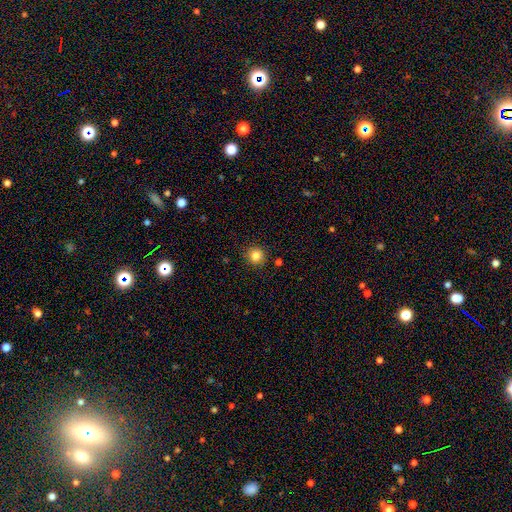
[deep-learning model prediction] A smooth galaxy with no disk features (84%) that is round (93%). Merging: none (89%).